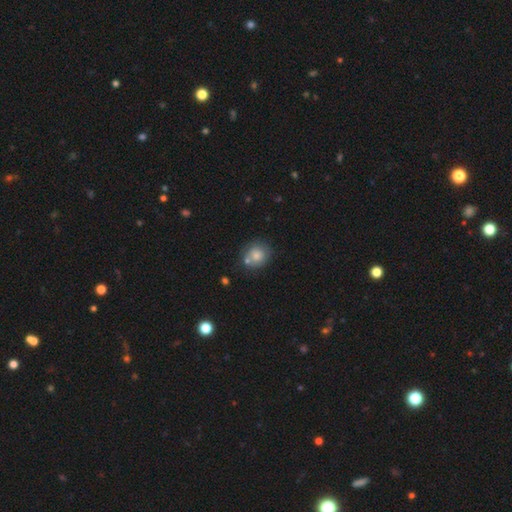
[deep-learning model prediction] A smooth galaxy with no disk features (77%) that is round (77%). Merging: none (63%).